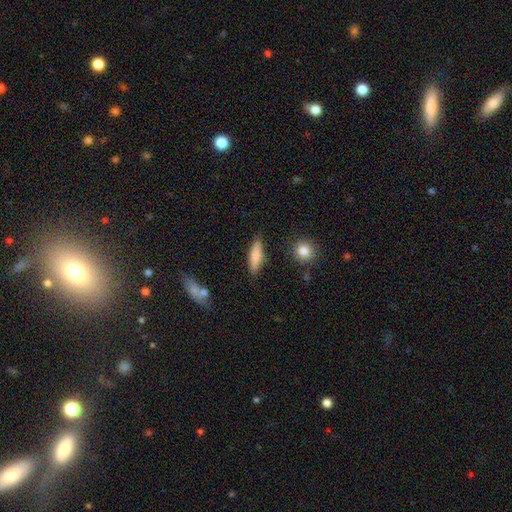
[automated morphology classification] type=smooth (77%); roundness=cigar-shaped (58%); merging=none (84%).